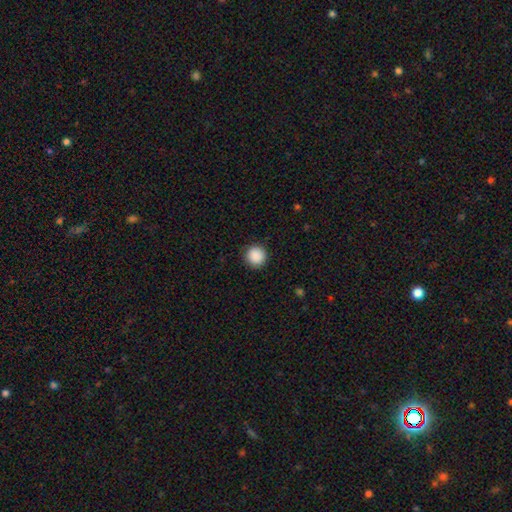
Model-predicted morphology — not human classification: The model was most divided on "smooth or featured": smooth: 89%, star or artifact: 8%, featured or disk: 2%. More confident: how rounded — round (95%); merging — none (91%).